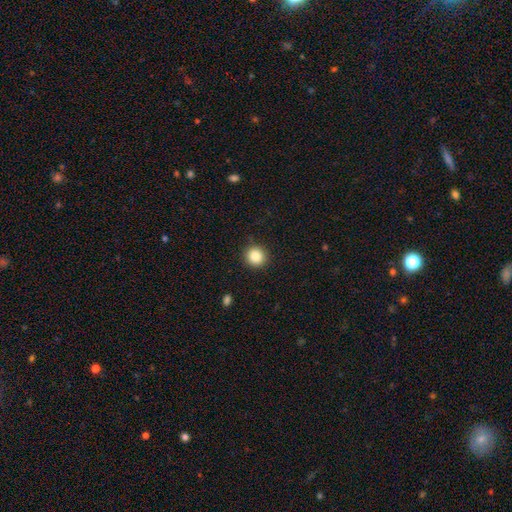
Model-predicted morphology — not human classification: This appears to be a smooth galaxy with no disk features (87%) that is round (93%). Merging: none (90%).